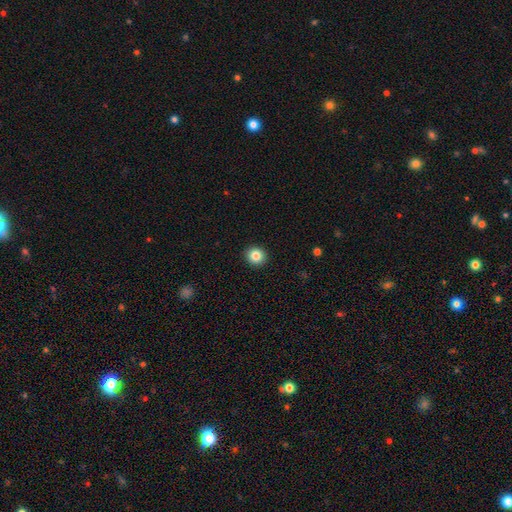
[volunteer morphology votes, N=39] smooth 92%, star or artifact 5%, featured or disk 3%. Down the decision tree: how rounded — round (92%); merging — none (92%).